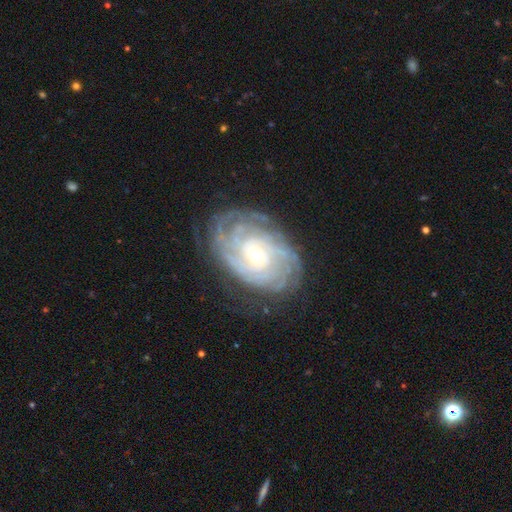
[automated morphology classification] A featured or disk galaxy (87%) with no bar (69%), tight (77%) spiral arms (96%) and a small central bulge (62%). Merging: none (75%).